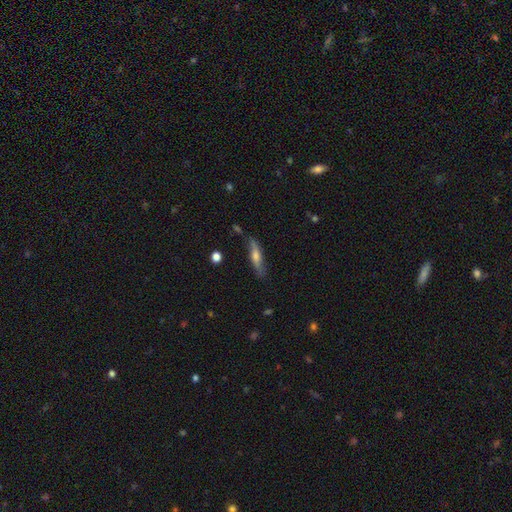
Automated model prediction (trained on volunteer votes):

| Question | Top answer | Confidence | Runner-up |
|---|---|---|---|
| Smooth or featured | featured or disk | 51% | smooth (40%) |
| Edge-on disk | yes | 78% | no (22%) |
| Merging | none | 75% | minor disturbance (18%) |